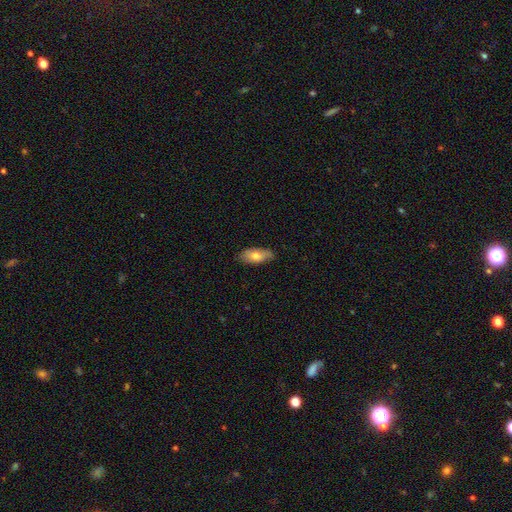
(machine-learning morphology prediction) This is likely a smooth galaxy (73%). How rounded: clearly in between (86%). Merging: likely none (77%).